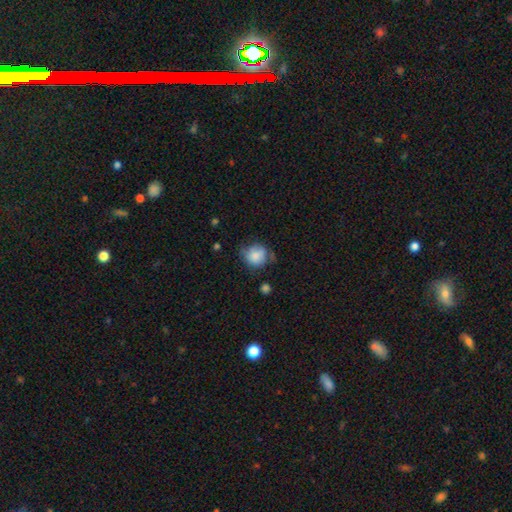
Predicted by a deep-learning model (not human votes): smooth_or_featured: smooth (p=0.80) [alt: featured or disk p=0.11]
how_rounded: round (p=0.82) [alt: in between p=0.17]
merging: none (p=0.56) [alt: minor disturbance p=0.30]